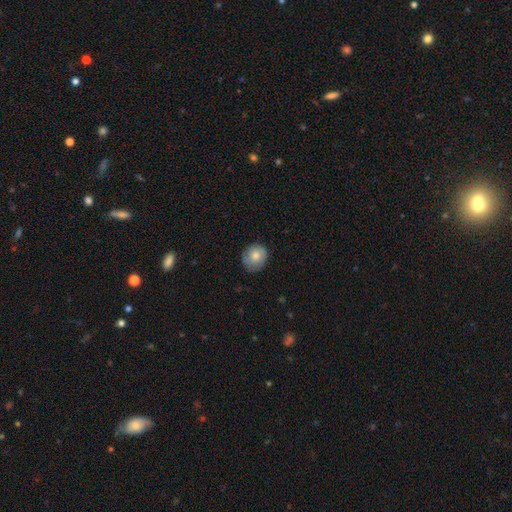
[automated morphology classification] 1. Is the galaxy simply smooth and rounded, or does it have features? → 78% smooth, 14% featured or disk, 8% star or artifact.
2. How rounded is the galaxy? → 77% round, 22% in between, 1% cigar-shaped.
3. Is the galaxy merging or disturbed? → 77% none, 19% minor disturbance, 4% major disturbance, 1% merger.